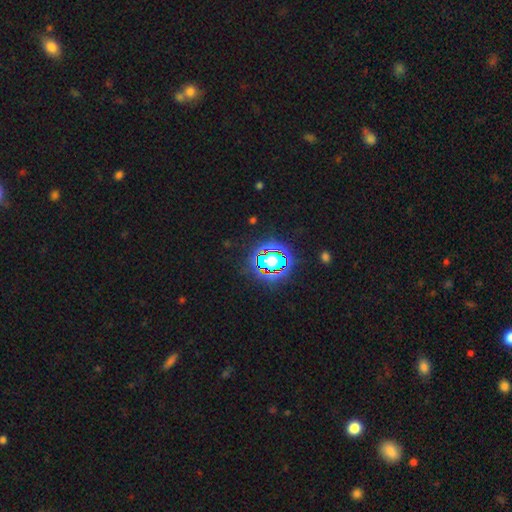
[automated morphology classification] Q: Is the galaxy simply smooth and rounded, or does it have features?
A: star or artifact — 77%.